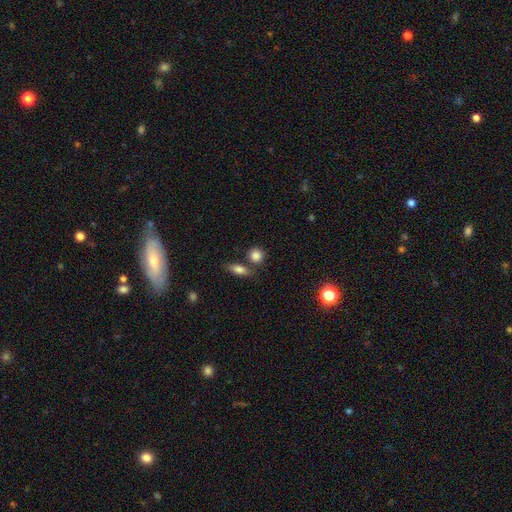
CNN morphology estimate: This is clearly a smooth galaxy (84%). How rounded: likely round (77%). Merging: likely none (68%).